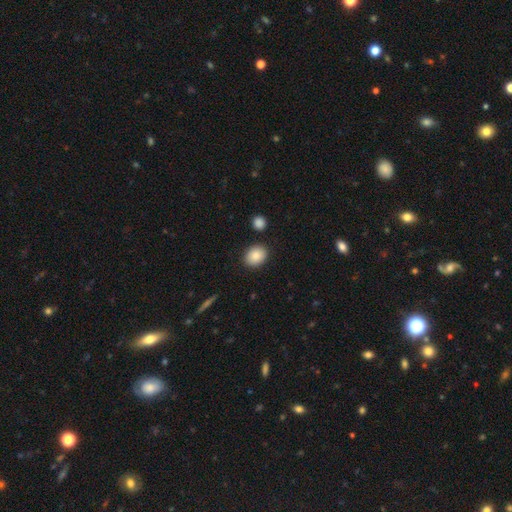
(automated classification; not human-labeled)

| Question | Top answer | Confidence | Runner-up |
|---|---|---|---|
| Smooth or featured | smooth | 86% | star or artifact (8%) |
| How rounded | round | 51% | in between (48%) |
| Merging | none | 88% | minor disturbance (7%) |